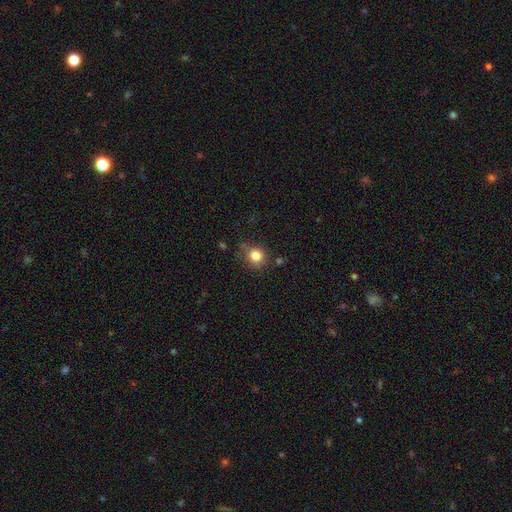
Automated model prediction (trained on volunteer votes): This appears to be a smooth galaxy with no disk features (81%) that is round (86%). Merging: none (74%).